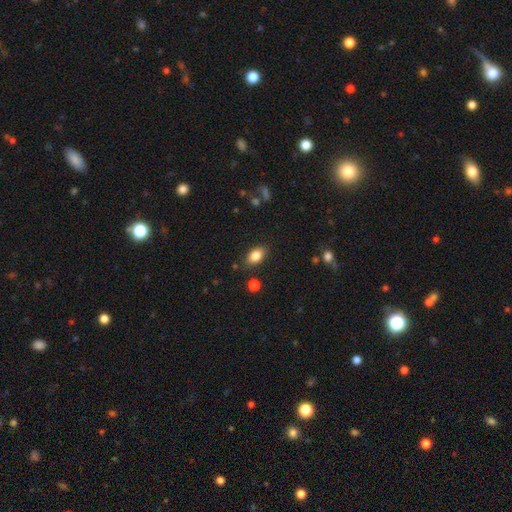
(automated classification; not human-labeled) Smooth or featured?
  - smooth: 83% *
  - star or artifact: 9%
  - featured or disk: 8%
How rounded?
  - in between: 86% *
  - round: 11%
  - cigar-shaped: 3%
Merging?
  - none: 84% *
  - minor disturbance: 11%
  - major disturbance: 3%
  - merger: 2%